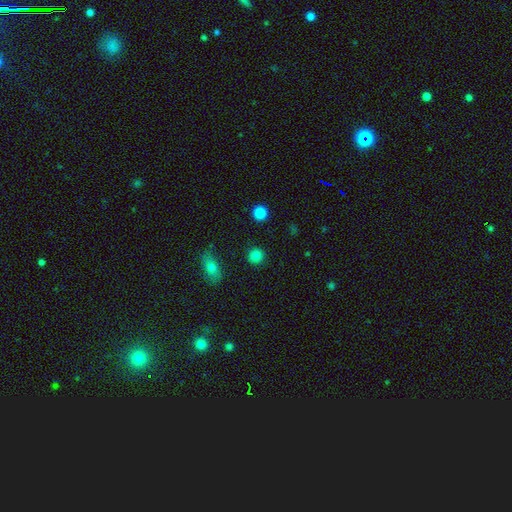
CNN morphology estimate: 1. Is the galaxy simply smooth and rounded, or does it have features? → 84% smooth, 11% star or artifact, 5% featured or disk.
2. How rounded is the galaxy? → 92% round, 7% in between, 1% cigar-shaped.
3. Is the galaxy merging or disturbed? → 91% none, 6% minor disturbance, 2% major disturbance, 2% merger.